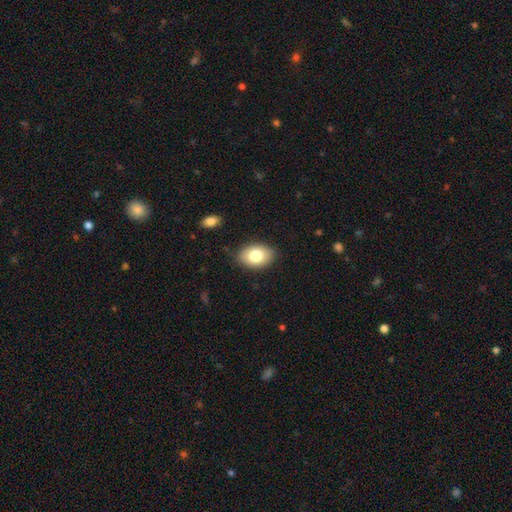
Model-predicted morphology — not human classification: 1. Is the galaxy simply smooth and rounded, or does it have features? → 80% smooth, 13% featured or disk, 7% star or artifact.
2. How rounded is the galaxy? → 86% in between, 13% round, 1% cigar-shaped.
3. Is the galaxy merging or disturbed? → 84% none, 12% minor disturbance, 3% major disturbance, 1% merger.